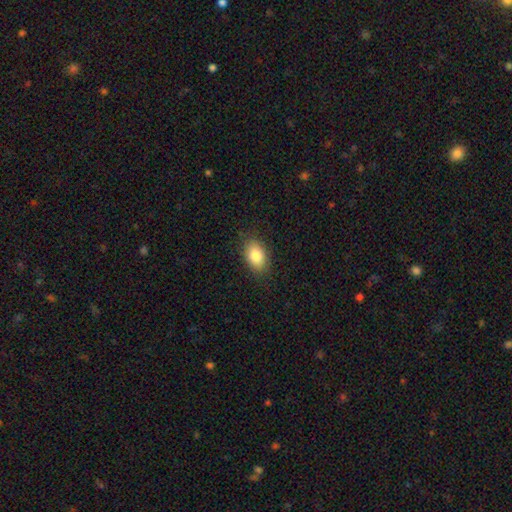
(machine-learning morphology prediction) This appears to be a smooth galaxy with no disk features (84%) that is in between round and cigar-shaped (90%). Merging: none (86%).